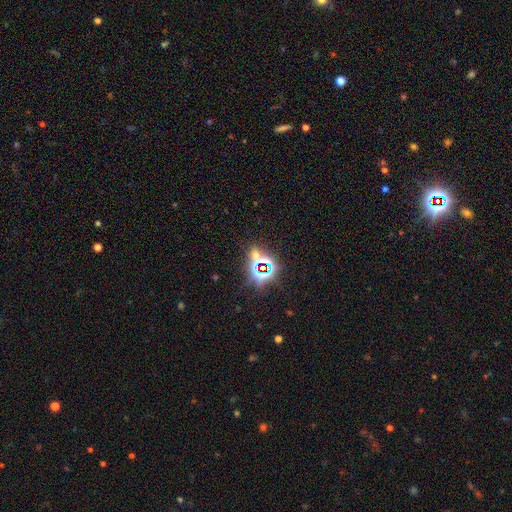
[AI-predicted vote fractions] The model was most divided on "smooth or featured": star or artifact: 73%, smooth: 18%, featured or disk: 9%.